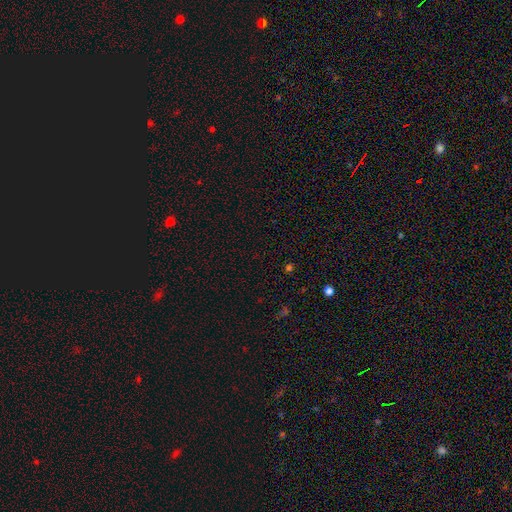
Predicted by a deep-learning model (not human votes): Smooth or featured?
  - star or artifact: 63% *
  - smooth: 30%
  - featured or disk: 7%